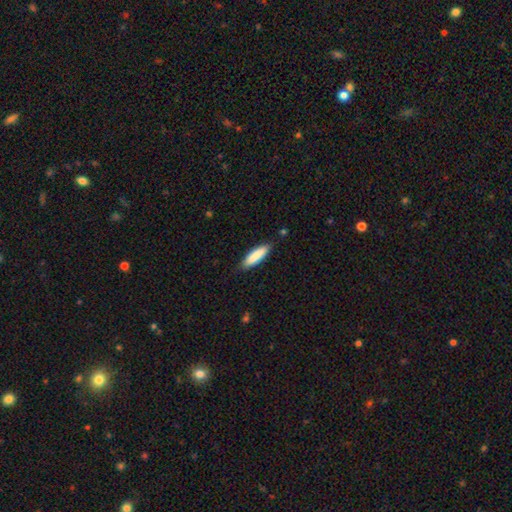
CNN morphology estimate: This is clearly a smooth galaxy (86%). How rounded: likely cigar-shaped (63%). Merging: clearly none (86%).